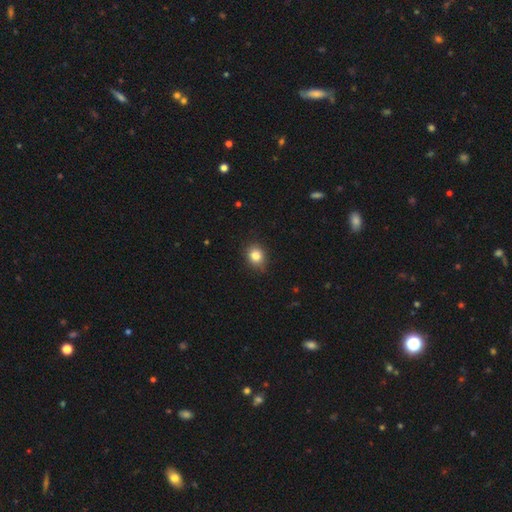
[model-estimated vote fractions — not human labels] This appears to be a smooth galaxy with no disk features (83%) that is round (69%). Merging: none (83%).